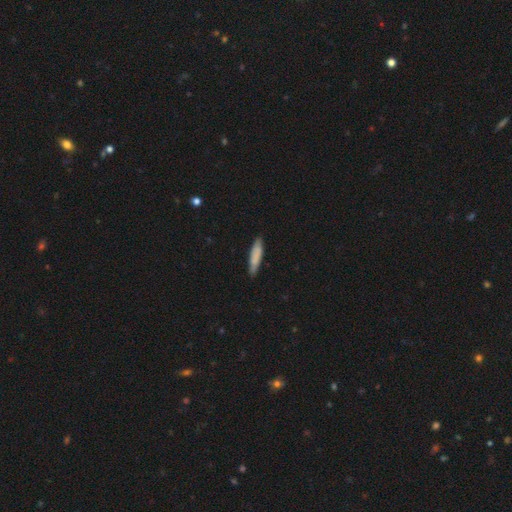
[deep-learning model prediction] Smooth or featured: smooth — 79% (featured or disk — 15%)
How rounded: cigar-shaped — 81% (in between — 18%)
Merging: none — 83% (minor disturbance — 14%)